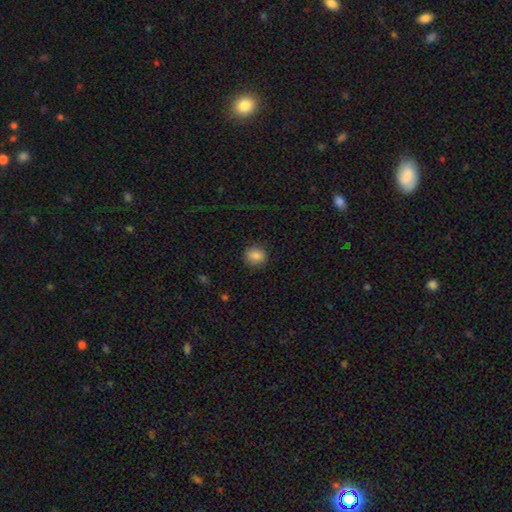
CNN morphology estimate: Smooth or featured? Predicted: smooth (p=0.85). How rounded? Predicted: round (p=0.80). Merging? Predicted: none (p=0.87).